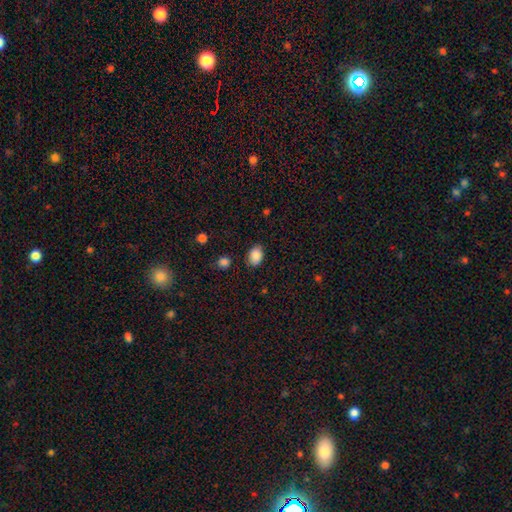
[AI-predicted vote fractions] Smooth or featured?
  - smooth: 88% *
  - star or artifact: 8%
  - featured or disk: 3%
How rounded?
  - in between: 77% *
  - round: 22%
  - cigar-shaped: 1%
Merging?
  - none: 83% *
  - minor disturbance: 12%
  - major disturbance: 3%
  - merger: 2%